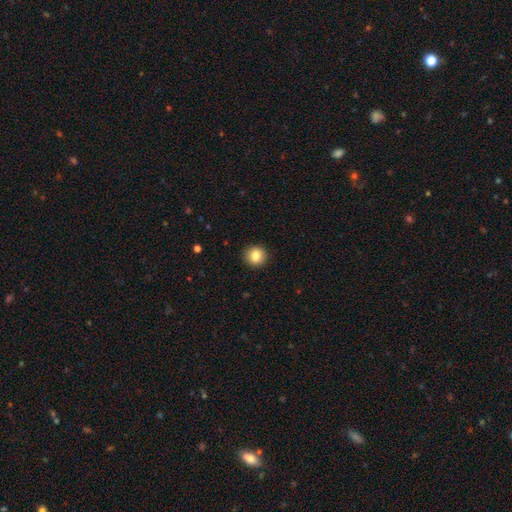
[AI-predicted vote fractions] smooth_or_featured: smooth (p=0.83) [alt: star or artifact p=0.09]
how_rounded: round (p=0.88) [alt: in between p=0.11]
merging: none (p=0.92) [alt: minor disturbance p=0.05]